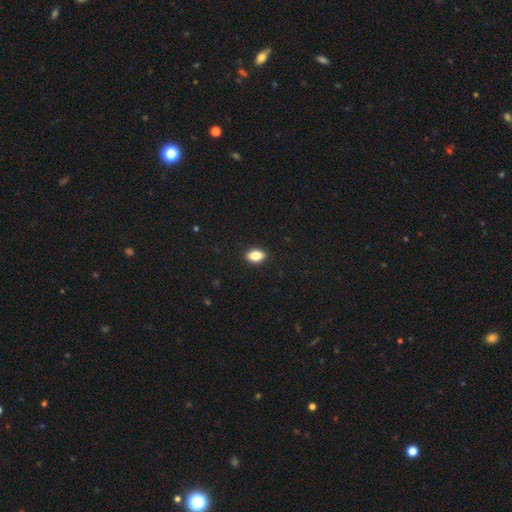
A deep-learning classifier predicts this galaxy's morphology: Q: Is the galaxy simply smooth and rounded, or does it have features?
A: smooth — 82%.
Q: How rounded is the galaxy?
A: in between — 86%.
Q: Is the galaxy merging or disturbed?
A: none — 90%.